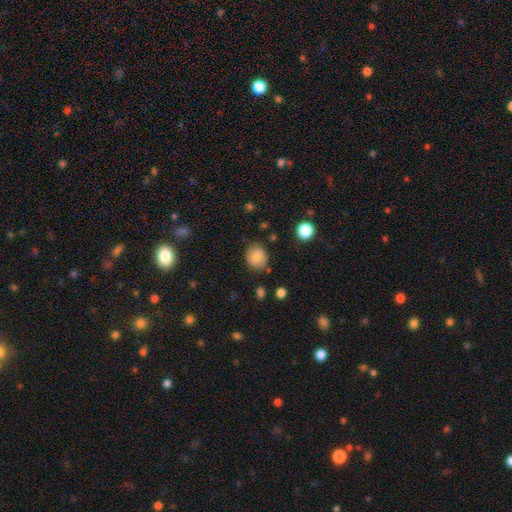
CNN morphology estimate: Smooth or featured? Predicted: smooth (p=0.83). How rounded? Predicted: round (p=0.75). Merging? Predicted: none (p=0.76).